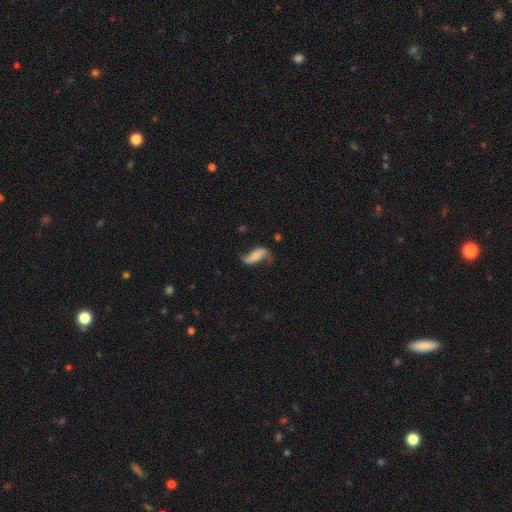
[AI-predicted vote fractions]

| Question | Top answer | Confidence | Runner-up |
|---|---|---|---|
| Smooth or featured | featured or disk | 58% | smooth (34%) |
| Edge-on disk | no | 88% | yes (12%) |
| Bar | no | 45% | strong (28%) |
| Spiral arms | yes | 88% | no (12%) |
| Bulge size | small | 41% | none (25%) |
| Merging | none | 58% | minor disturbance (25%) |